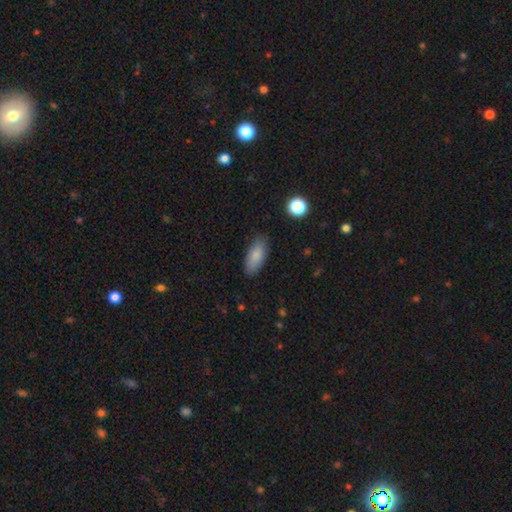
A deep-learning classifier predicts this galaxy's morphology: smooth_or_featured: smooth (p=0.84) [alt: featured or disk p=0.09]
how_rounded: in between (p=0.84) [alt: cigar-shaped p=0.13]
merging: none (p=0.80) [alt: minor disturbance p=0.16]